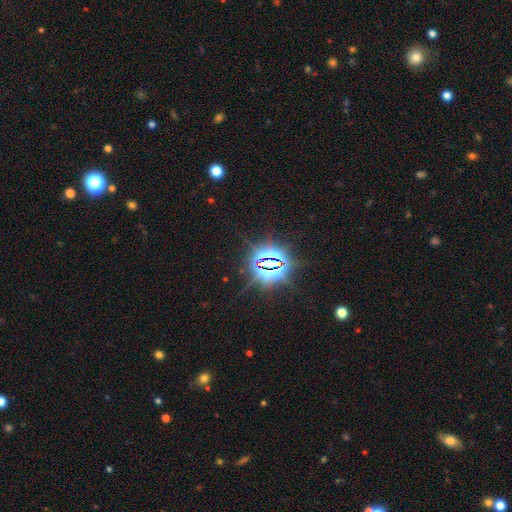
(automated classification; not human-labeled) Morphology: type=star or artifact (85%).